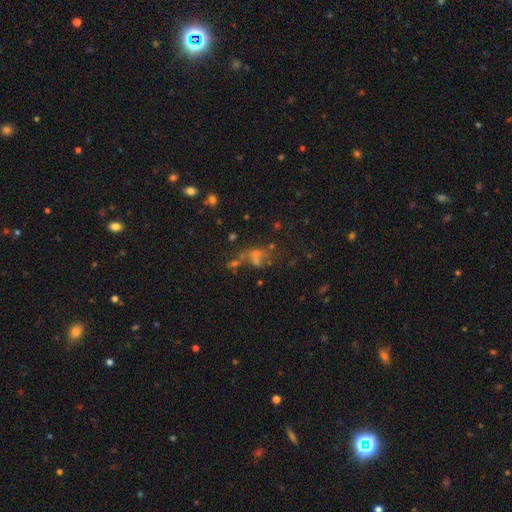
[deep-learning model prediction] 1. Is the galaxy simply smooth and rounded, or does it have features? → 34% star or artifact, 33% smooth, 33% featured or disk.